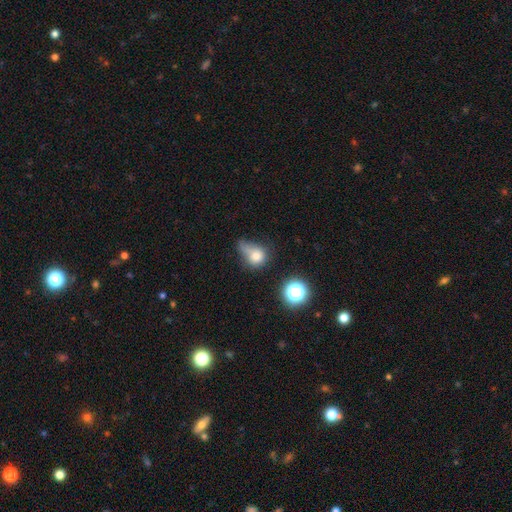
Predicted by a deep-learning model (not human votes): Morphology: type=smooth (73%); roundness=round (66%); merging=minor disturbance (31%).